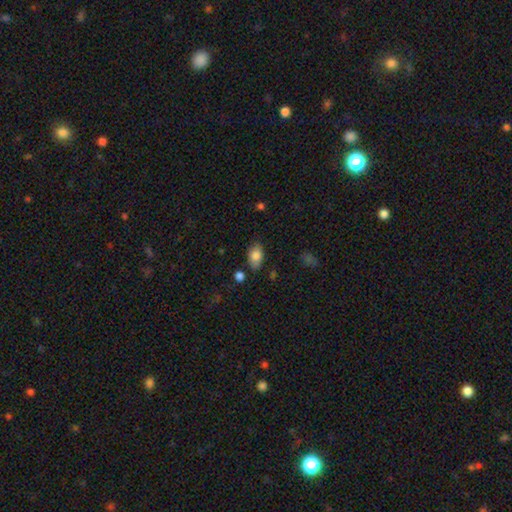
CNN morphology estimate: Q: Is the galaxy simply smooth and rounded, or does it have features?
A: smooth — 82%.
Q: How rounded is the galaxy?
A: in between — 91%.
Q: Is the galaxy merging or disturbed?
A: none — 79%.